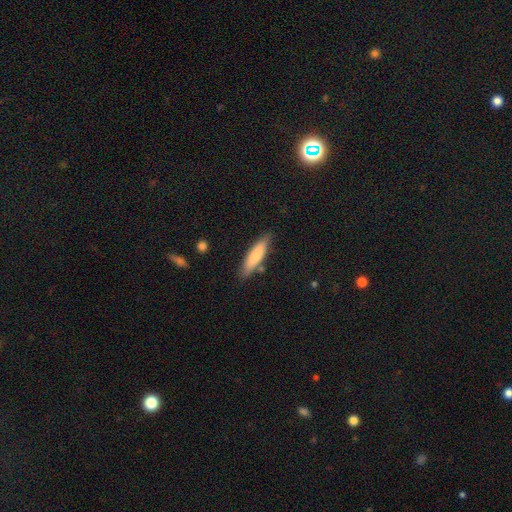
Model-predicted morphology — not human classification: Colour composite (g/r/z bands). It shows a smooth galaxy with no disk features (80%) that is cigar-shaped (73%). Merging: none (81%).